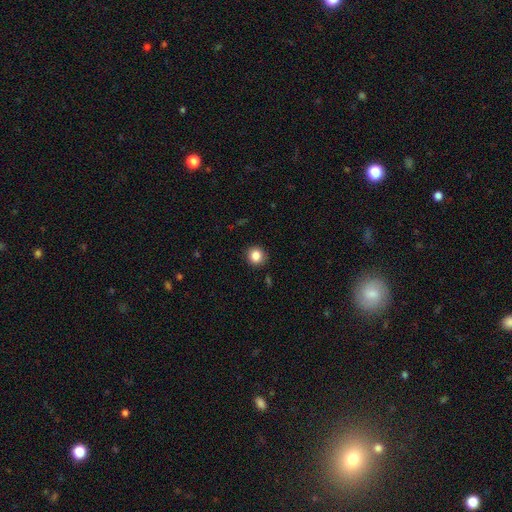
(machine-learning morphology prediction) A smooth galaxy with no disk features (85%) that is round (88%).

Vote fractions:
- Smooth or featured? smooth: 85% / star or artifact: 10% / featured or disk: 5%
- How rounded? round: 88% / in between: 11% / cigar-shaped: 1%
- Merging? none: 90% / minor disturbance: 7% / major disturbance: 2% / merger: 1%